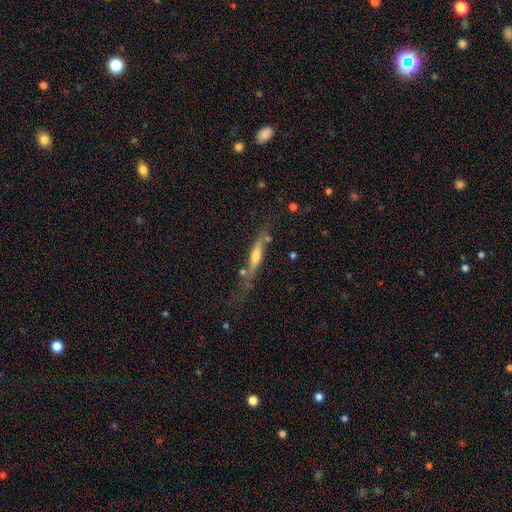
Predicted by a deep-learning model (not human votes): Smooth or featured? Predicted: featured or disk (p=0.61). Edge-on disk? Predicted: yes (p=0.89). Edge-on bulge? Predicted: rounded (p=0.71). Merging? Predicted: none (p=0.58).